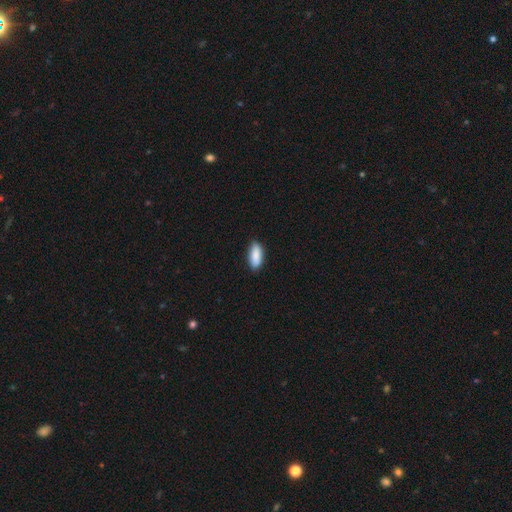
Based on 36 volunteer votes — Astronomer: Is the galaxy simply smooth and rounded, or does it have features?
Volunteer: smooth — 86%.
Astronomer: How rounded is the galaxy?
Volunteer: in between — 77%.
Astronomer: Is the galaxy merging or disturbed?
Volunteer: none — 80%.